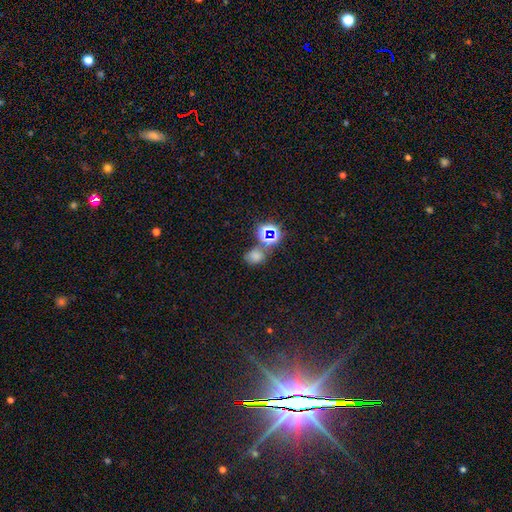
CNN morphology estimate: smooth_or_featured: smooth (p=0.59) [alt: star or artifact p=0.33]
how_rounded: in between (p=0.56) [alt: round p=0.42]
merging: none (p=0.54) [alt: merger p=0.24]